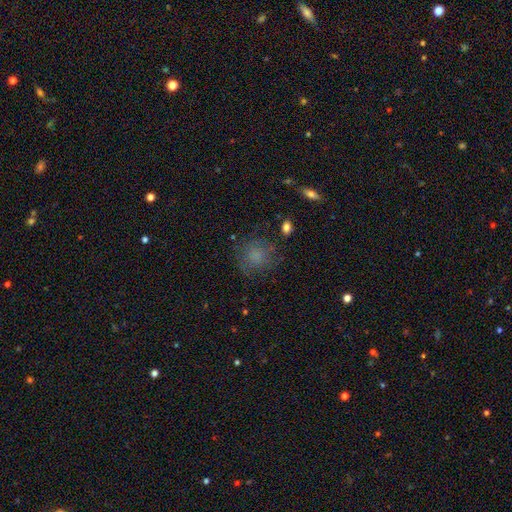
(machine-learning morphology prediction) Smooth or featured?
  - smooth: 72% *
  - featured or disk: 15%
  - star or artifact: 14%
How rounded?
  - round: 84% *
  - in between: 15%
  - cigar-shaped: 1%
Merging?
  - none: 71% *
  - minor disturbance: 18%
  - major disturbance: 10%
  - merger: 2%